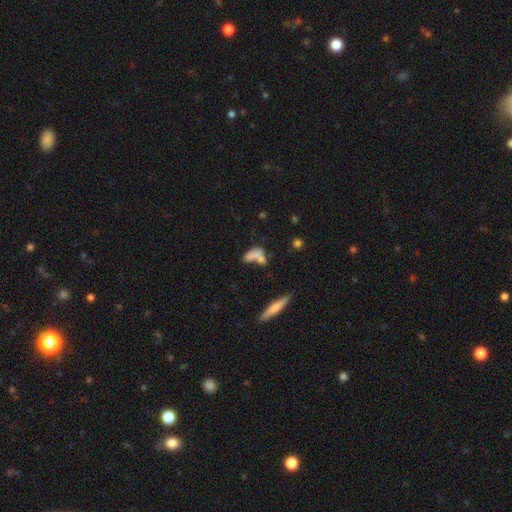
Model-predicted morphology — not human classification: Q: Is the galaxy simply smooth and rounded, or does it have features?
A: smooth — 68%.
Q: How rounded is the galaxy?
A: in between — 69%.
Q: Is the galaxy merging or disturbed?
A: merger — 40%.